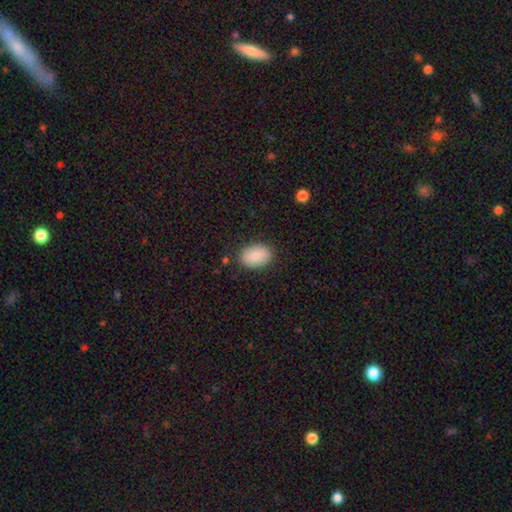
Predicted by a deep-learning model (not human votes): A smooth galaxy with no disk features (85%) that is in between round and cigar-shaped (81%). Merging: none (85%).